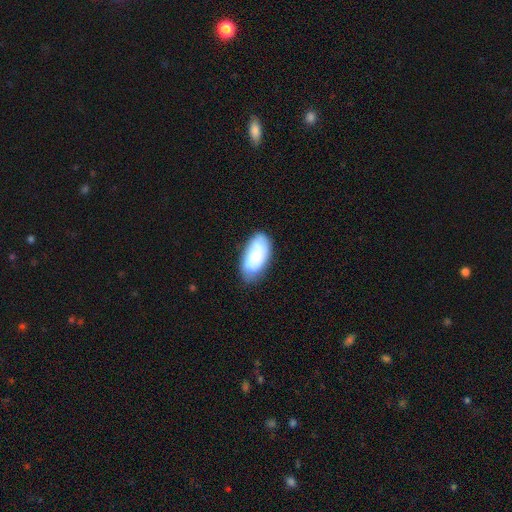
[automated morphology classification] Smooth or featured?
  - smooth: 72% *
  - featured or disk: 22%
  - star or artifact: 6%
How rounded?
  - in between: 94% *
  - cigar-shaped: 3%
  - round: 3%
Merging?
  - none: 70% *
  - minor disturbance: 23%
  - major disturbance: 5%
  - merger: 2%